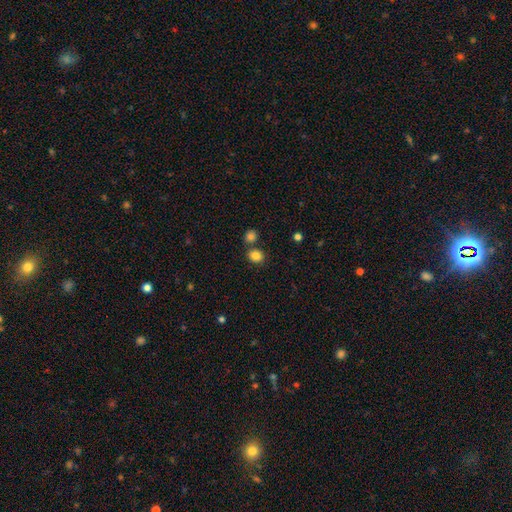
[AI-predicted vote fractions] smooth_or_featured: smooth (p=0.84) [alt: star or artifact p=0.11]
how_rounded: round (p=0.63) [alt: in between p=0.36]
merging: none (p=0.73) [alt: merger p=0.16]